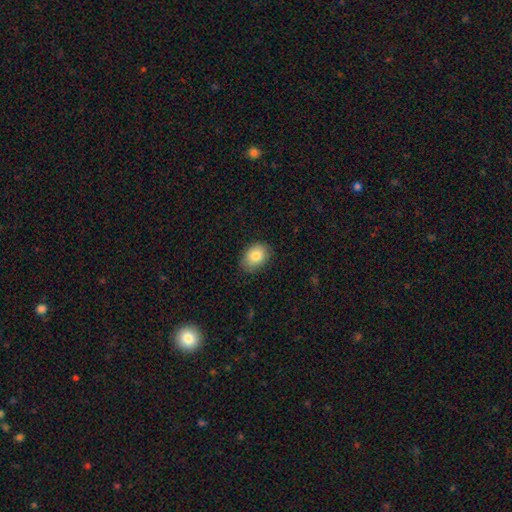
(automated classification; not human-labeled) This is clearly a smooth galaxy (84%). How rounded: likely in between (73%). Merging: clearly none (82%).